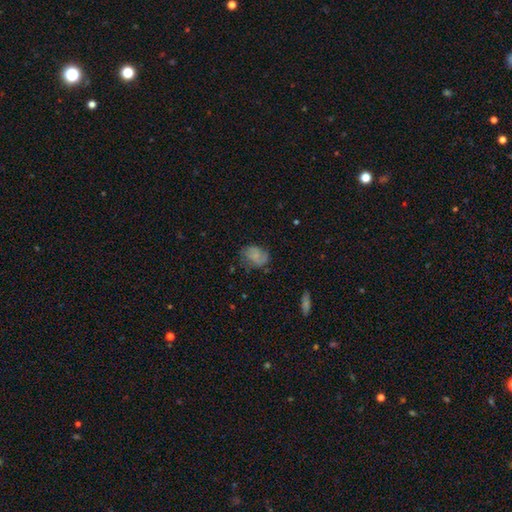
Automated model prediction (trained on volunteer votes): Q: Smooth or featured?
A: smooth (55%); runner-up: featured or disk (34%)
Q: How rounded?
A: in between (66%); runner-up: round (33%)
Q: Merging?
A: none (50%); runner-up: minor disturbance (29%)